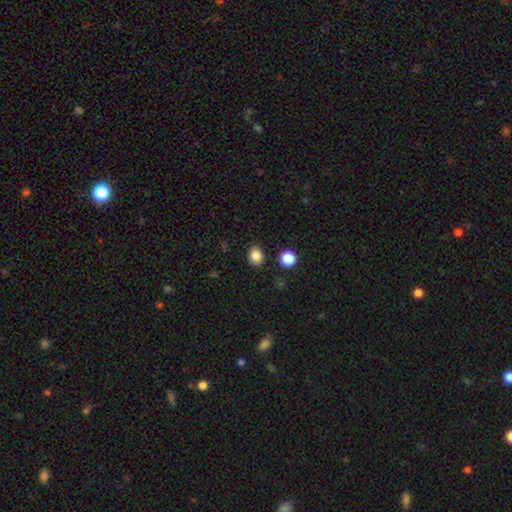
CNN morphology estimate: smooth_or_featured: smooth (p=0.85) [alt: star or artifact p=0.11]
how_rounded: round (p=0.56) [alt: in between p=0.43]
merging: none (p=0.87) [alt: minor disturbance p=0.08]